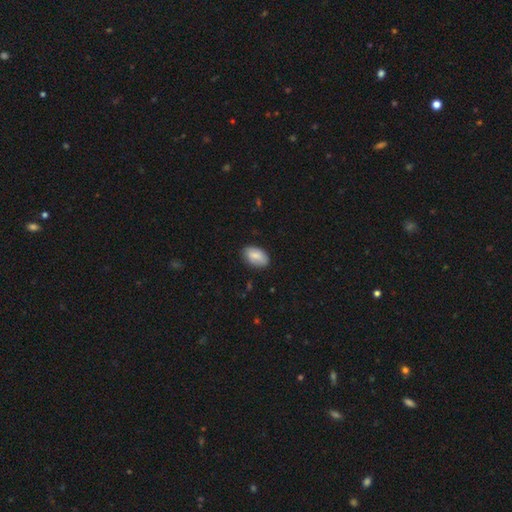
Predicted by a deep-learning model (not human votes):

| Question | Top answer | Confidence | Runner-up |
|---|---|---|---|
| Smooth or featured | smooth | 83% | featured or disk (11%) |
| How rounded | in between | 93% | round (5%) |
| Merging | none | 81% | minor disturbance (15%) |